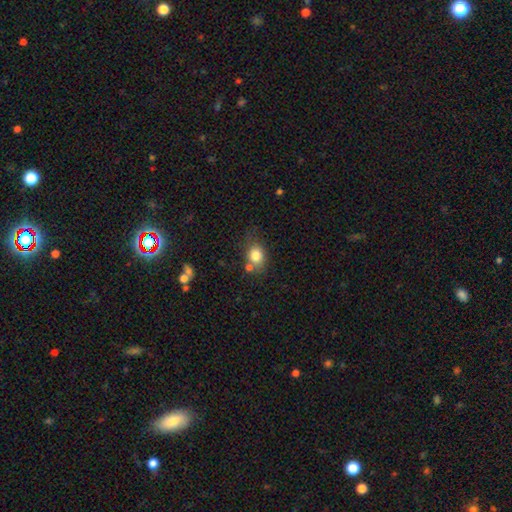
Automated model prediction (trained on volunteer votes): smooth-or-featured: smooth: 81% | star or artifact: 10% | featured or disk: 9%
  how-rounded: round: 53% | in between: 46% | cigar-shaped: 1%
  merging: none: 61% | minor disturbance: 18% | merger: 15% | major disturbance: 6%